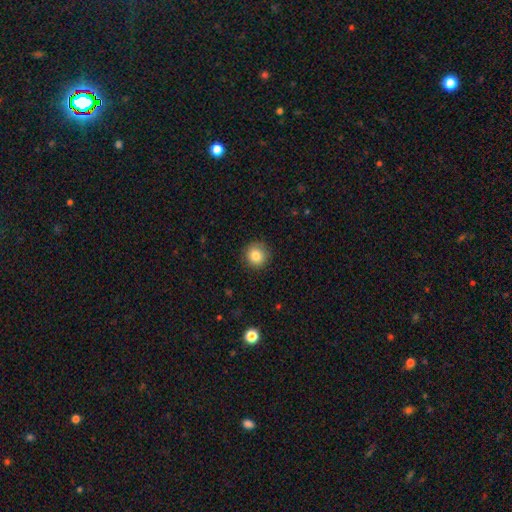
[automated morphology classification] Smooth or featured?
  - smooth: 83% *
  - star or artifact: 10%
  - featured or disk: 7%
How rounded?
  - round: 94% *
  - in between: 5%
  - cigar-shaped: 1%
Merging?
  - none: 89% *
  - minor disturbance: 8%
  - major disturbance: 2%
  - merger: 1%